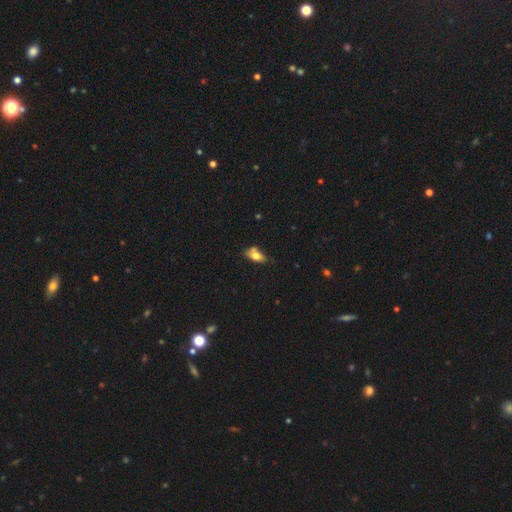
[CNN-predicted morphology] Smooth or featured?
  - smooth: 70% *
  - featured or disk: 22%
  - star or artifact: 8%
How rounded?
  - in between: 85% *
  - cigar-shaped: 9%
  - round: 6%
Merging?
  - none: 53% *
  - minor disturbance: 23%
  - merger: 18%
  - major disturbance: 7%